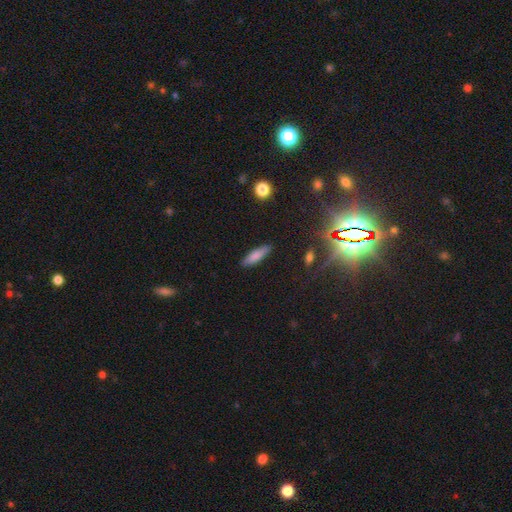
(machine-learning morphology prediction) This appears to be a smooth galaxy with no disk features (81%) that is cigar-shaped (65%). Merging: none (87%).